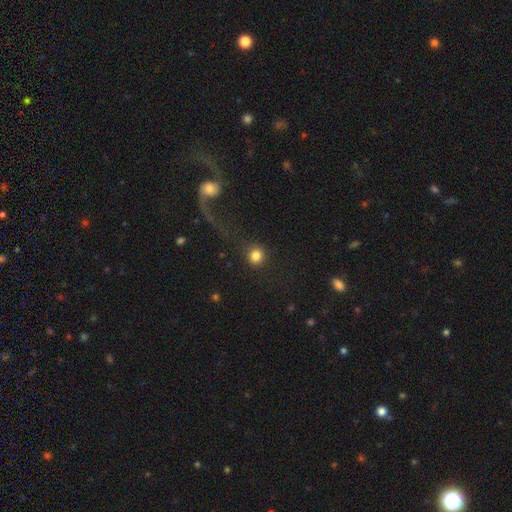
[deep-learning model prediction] The model was most divided on "merging": none: 81%, major disturbance: 8%, minor disturbance: 7%, merger: 3%. More confident: how rounded — round (94%); smooth or featured — smooth (83%).